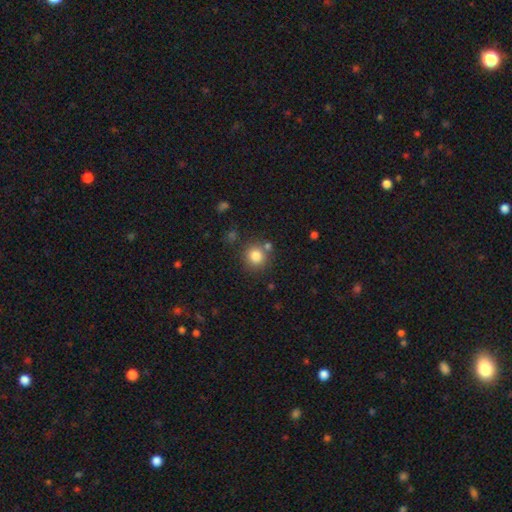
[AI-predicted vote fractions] smooth 83%, star or artifact 11%, featured or disk 6%. Down the decision tree: how rounded — round (91%); merging — none (78%).